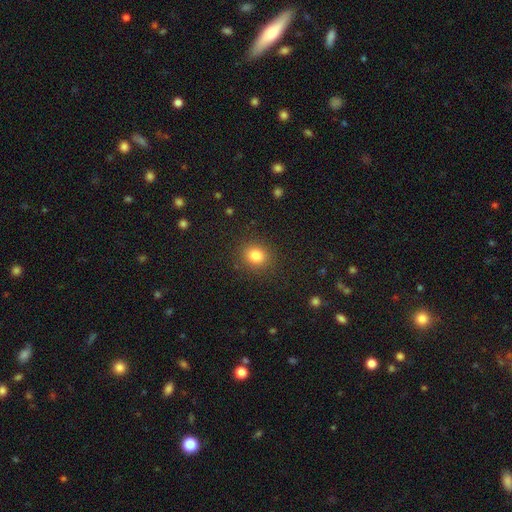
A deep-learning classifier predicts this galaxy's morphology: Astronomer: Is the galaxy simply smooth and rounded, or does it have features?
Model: smooth — 83%.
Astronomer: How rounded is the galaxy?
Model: round — 78%.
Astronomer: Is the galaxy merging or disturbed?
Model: none — 89%.